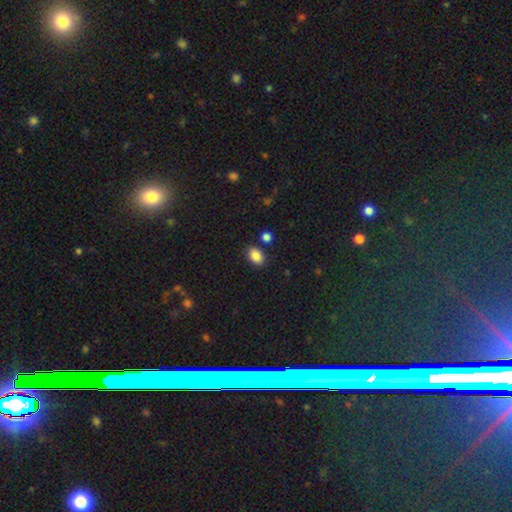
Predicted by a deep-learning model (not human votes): Smooth or featured? Predicted: smooth (p=0.87). How rounded? Predicted: in between (p=0.76). Merging? Predicted: none (p=0.83).